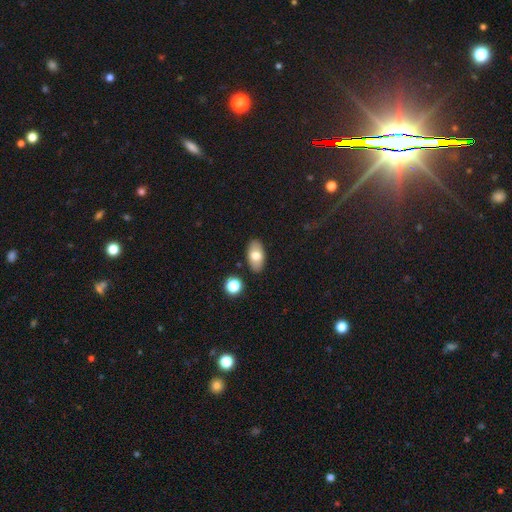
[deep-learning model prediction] Smooth or featured? smooth (74%)
How rounded? in between (93%)
Merging? none (86%)